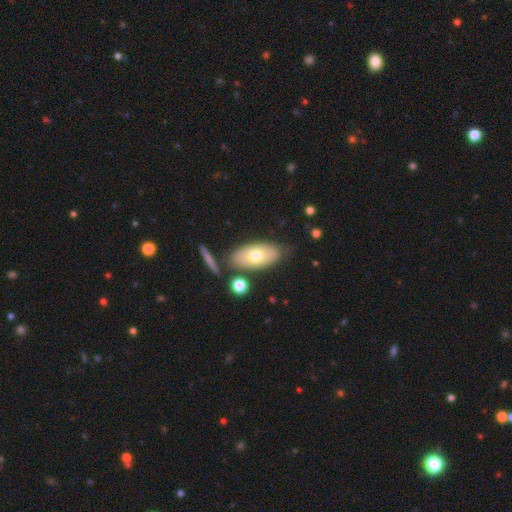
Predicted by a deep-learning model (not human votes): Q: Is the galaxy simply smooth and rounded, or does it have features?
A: smooth — 66%.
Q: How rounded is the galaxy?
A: in between — 90%.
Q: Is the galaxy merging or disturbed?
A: none — 74%.